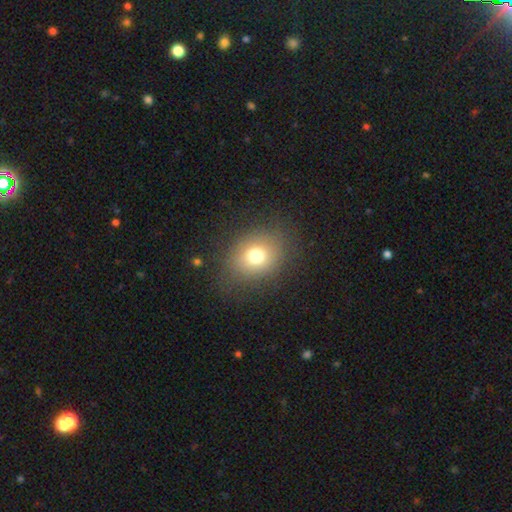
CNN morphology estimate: A smooth galaxy with no disk features (73%) that is round (56%). Merging: none (79%).